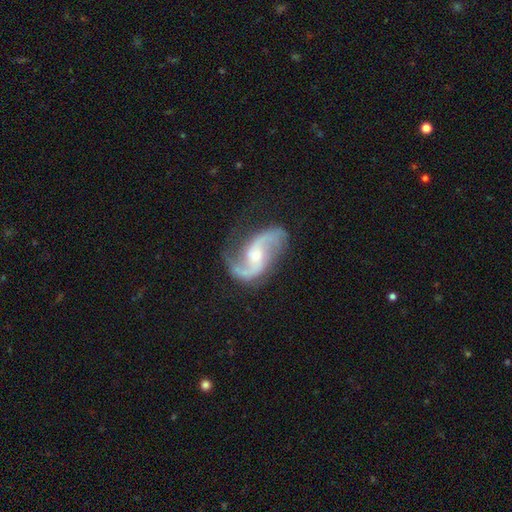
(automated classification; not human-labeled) Morphology: type=featured or disk (91%); edge-on=no (97%); bar=no (52%); spiral arms=yes (98%); winding=loose (55%); arm count=2 (93%); bulge=small (57%); merging=none (74%).